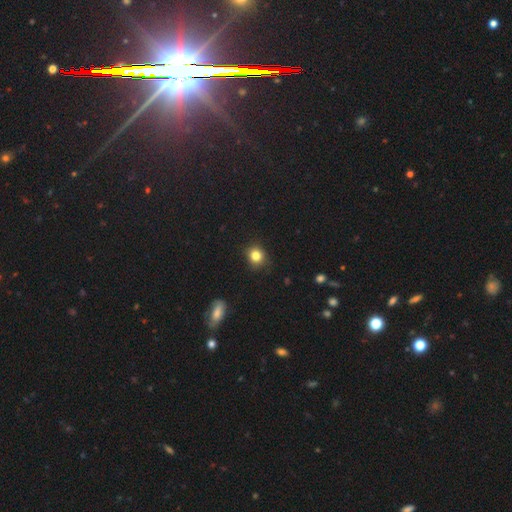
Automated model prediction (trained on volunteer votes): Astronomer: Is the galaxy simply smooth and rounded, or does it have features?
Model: smooth — 83%.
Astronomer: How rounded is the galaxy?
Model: round — 82%.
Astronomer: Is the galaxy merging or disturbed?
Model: none — 85%.